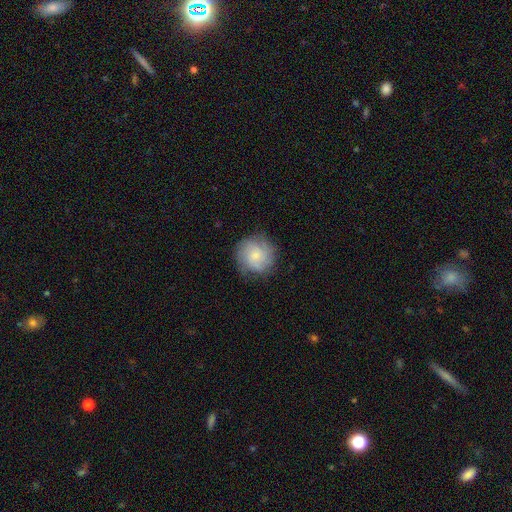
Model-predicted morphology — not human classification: smooth_or_featured: smooth (p=0.49) [alt: featured or disk p=0.43]
merging: none (p=0.78) [alt: minor disturbance p=0.15]